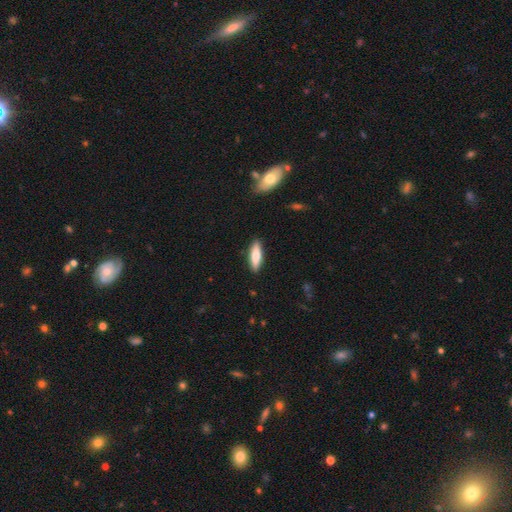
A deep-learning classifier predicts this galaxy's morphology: Smooth or featured: smooth — 74% (featured or disk — 20%)
How rounded: cigar-shaped — 57% (in between — 41%)
Merging: none — 89% (minor disturbance — 8%)